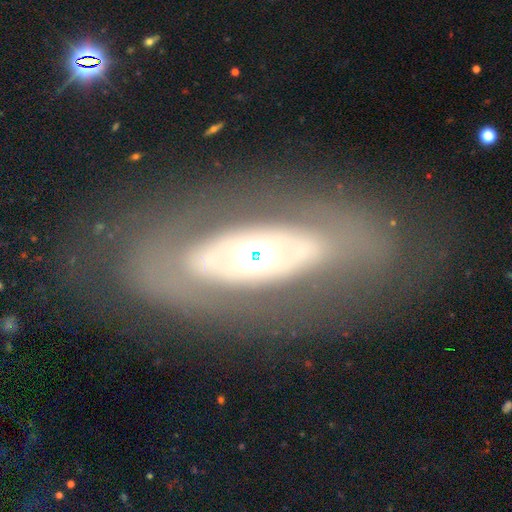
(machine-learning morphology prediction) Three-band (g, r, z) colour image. It shows a featured or disk galaxy (69%) with no bar (75%), no spiral arms (73%) and a moderate central bulge (50%). Merging: none (73%).